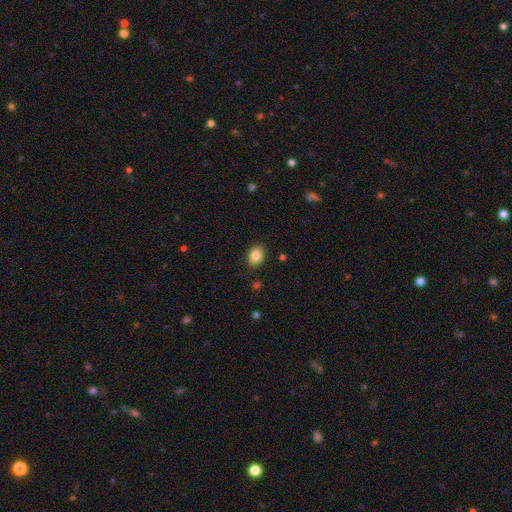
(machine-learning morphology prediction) This is clearly a smooth galaxy (85%). How rounded: likely in between (67%). Merging: clearly none (86%).